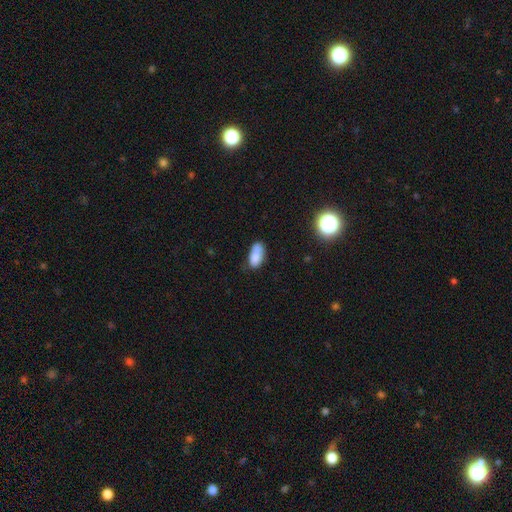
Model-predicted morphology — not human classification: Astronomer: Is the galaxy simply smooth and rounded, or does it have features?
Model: smooth — 82%.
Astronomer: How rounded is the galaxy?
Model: in between — 90%.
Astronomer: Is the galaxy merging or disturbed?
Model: none — 56%.